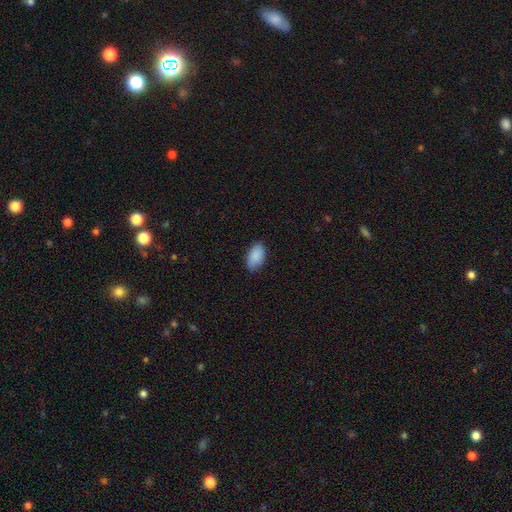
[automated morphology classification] Q: Smooth or featured?
A: smooth (89%); runner-up: star or artifact (7%)
Q: How rounded?
A: in between (93%); runner-up: round (5%)
Q: Merging?
A: none (80%); runner-up: minor disturbance (17%)